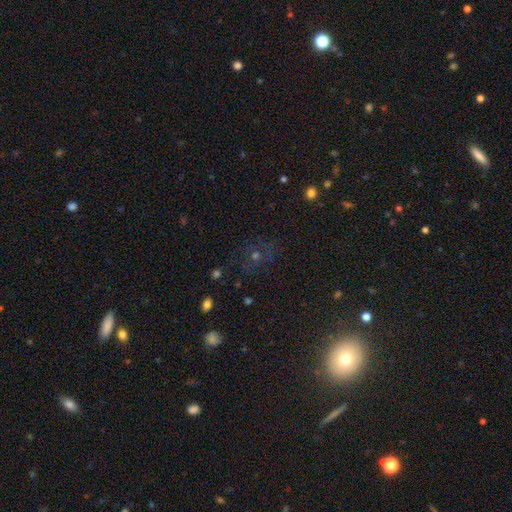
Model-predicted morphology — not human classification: smooth-or-featured: star or artifact: 50% | smooth: 32% | featured or disk: 18%